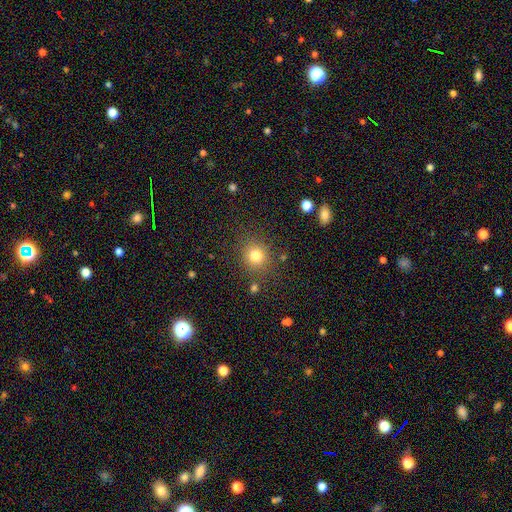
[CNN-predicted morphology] Smooth or featured? Predicted: smooth (p=0.80). How rounded? Predicted: round (p=0.86). Merging? Predicted: none (p=0.83).